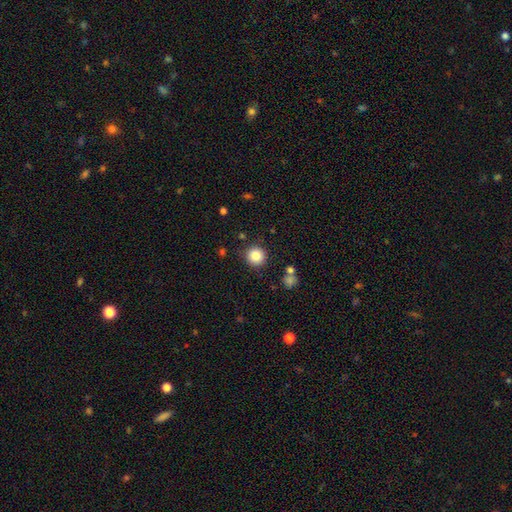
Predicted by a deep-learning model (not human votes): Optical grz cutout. It shows a smooth galaxy with no disk features (85%) that is round (94%). Merging: none (88%).